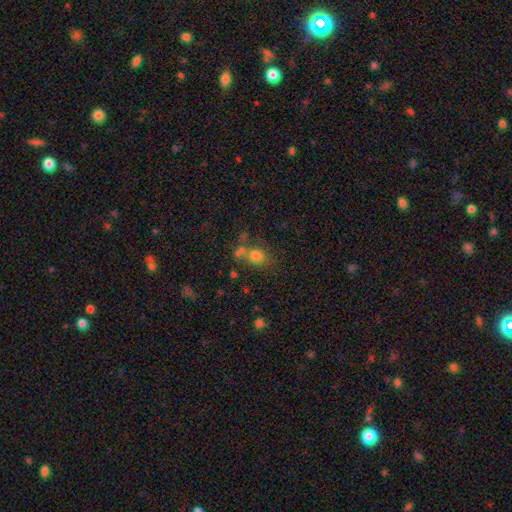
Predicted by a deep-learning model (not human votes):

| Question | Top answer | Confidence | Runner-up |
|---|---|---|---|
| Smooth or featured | smooth | 74% | star or artifact (16%) |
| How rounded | round | 70% | in between (29%) |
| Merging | none | 54% | merger (27%) |